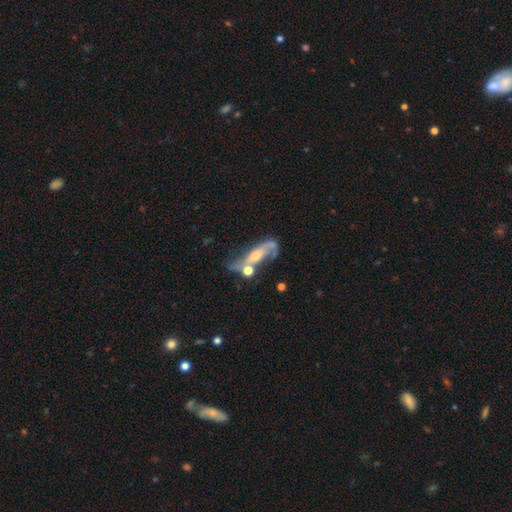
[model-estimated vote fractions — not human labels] Smooth or featured? featured or disk (66%)
Edge-on disk? no (77%)
Bar? no (60%)
Spiral arms? yes (72%)
Bulge size? moderate (47%)
Merging? none (31%)